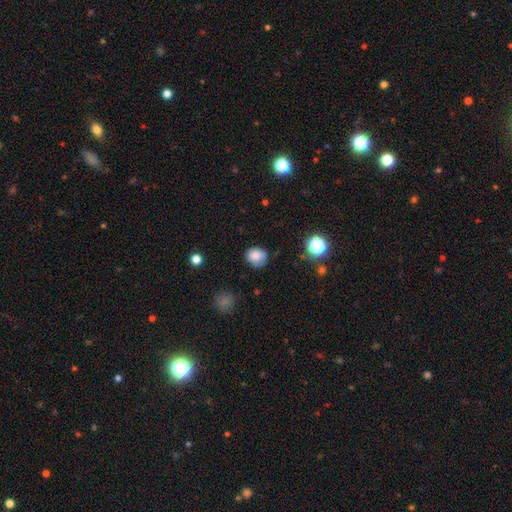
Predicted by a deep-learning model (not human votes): The model was most divided on "how rounded": round: 67%, in between: 32%, cigar-shaped: 1%. More confident: smooth or featured — smooth (81%); merging — none (64%).